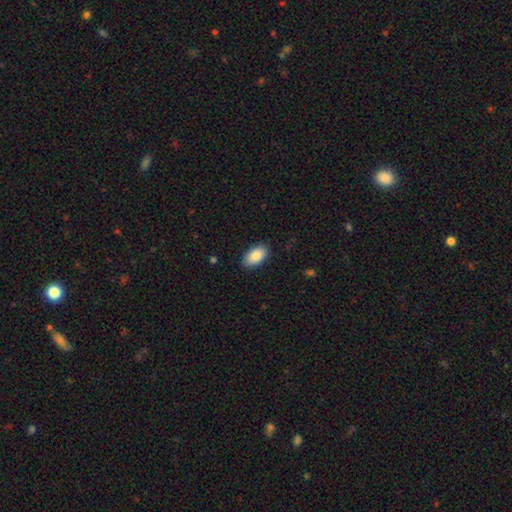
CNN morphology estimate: smooth 88%, star or artifact 6%, featured or disk 6%. Down the decision tree: how rounded — in between (95%); merging — none (88%).